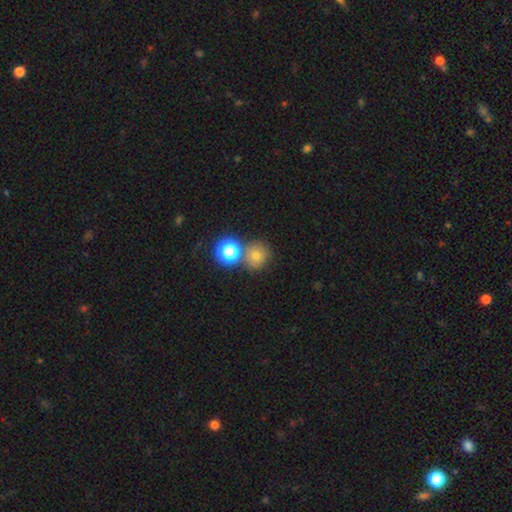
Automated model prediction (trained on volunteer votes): Smooth or featured?
  - smooth: 67% *
  - star or artifact: 22%
  - featured or disk: 10%
How rounded?
  - round: 89% *
  - in between: 10%
  - cigar-shaped: 1%
Merging?
  - none: 65% *
  - merger: 21%
  - minor disturbance: 10%
  - major disturbance: 4%